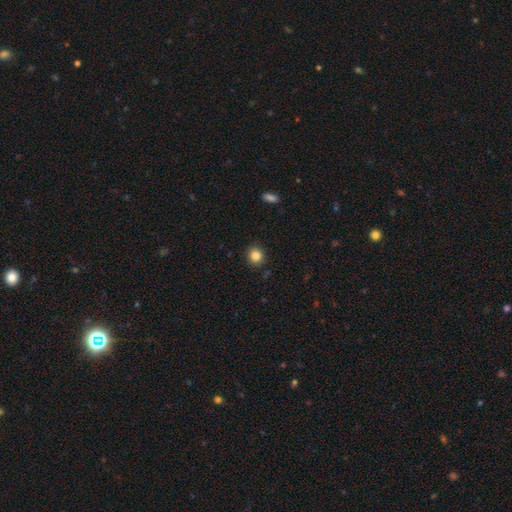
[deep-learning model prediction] Q: Smooth or featured?
A: smooth (84%); runner-up: star or artifact (11%)
Q: How rounded?
A: round (85%); runner-up: in between (14%)
Q: Merging?
A: none (90%); runner-up: minor disturbance (7%)